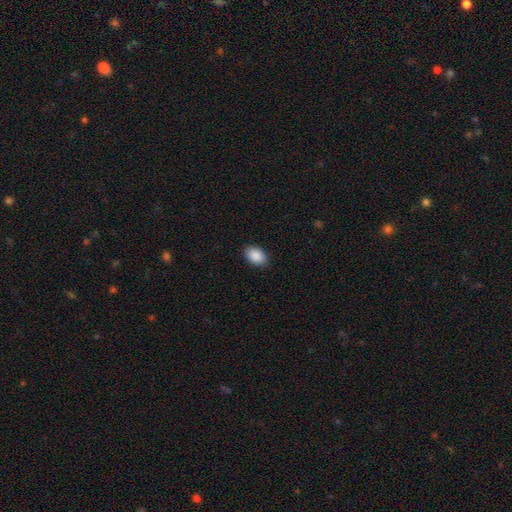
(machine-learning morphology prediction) type=smooth (90%); roundness=in between (87%); merging=none (89%).